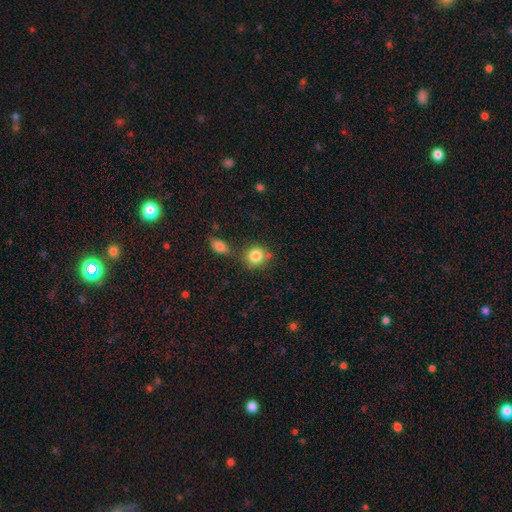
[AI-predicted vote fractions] Smooth or featured? smooth (83%)
How rounded? round (85%)
Merging? none (71%)